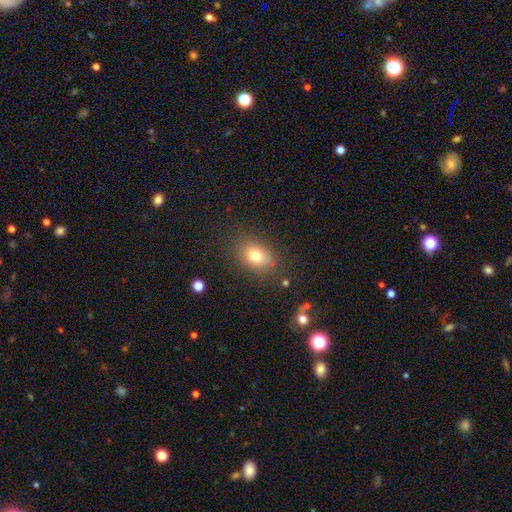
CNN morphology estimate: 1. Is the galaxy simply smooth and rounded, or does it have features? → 76% smooth, 12% featured or disk, 12% star or artifact.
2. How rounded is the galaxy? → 71% in between, 28% round, 1% cigar-shaped.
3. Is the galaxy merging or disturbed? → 82% none, 12% minor disturbance, 4% major disturbance, 2% merger.